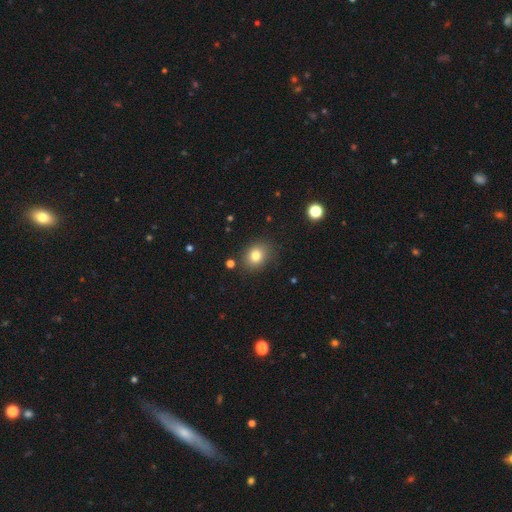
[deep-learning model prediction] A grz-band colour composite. It shows a smooth galaxy with no disk features (80%) that is round (55%). Merging: none (83%).